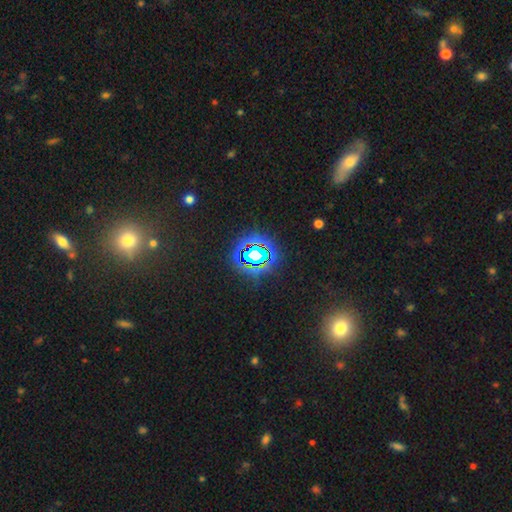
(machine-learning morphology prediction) This appears to be a star or artifact, not a galaxy (73%).